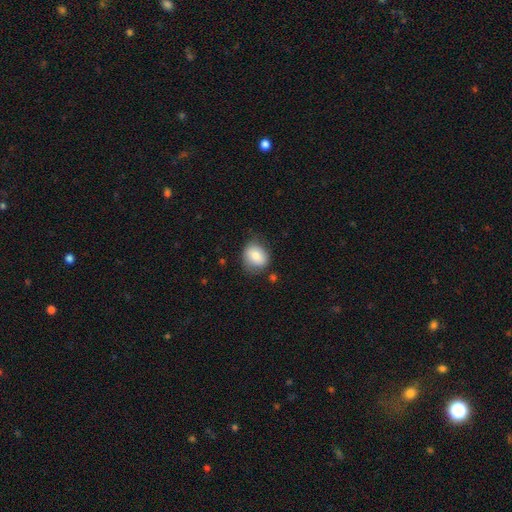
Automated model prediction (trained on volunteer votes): This appears to be a smooth galaxy with no disk features (76%) that is round (57%). Merging: none (71%).